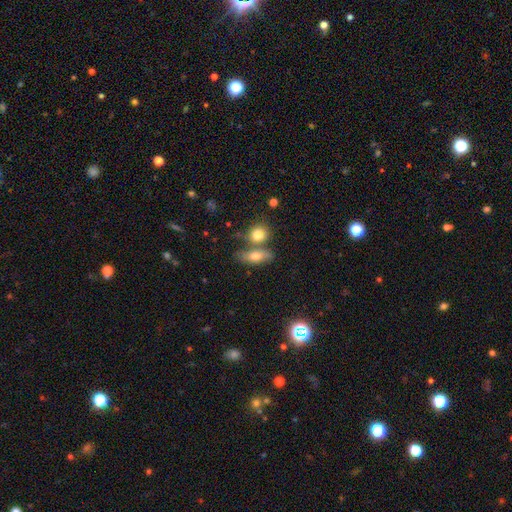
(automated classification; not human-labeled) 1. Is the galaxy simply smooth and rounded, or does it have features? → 69% smooth, 22% featured or disk, 10% star or artifact.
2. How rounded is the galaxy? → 61% in between, 26% cigar-shaped, 12% round.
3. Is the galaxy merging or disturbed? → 59% none, 25% merger, 12% minor disturbance, 4% major disturbance.